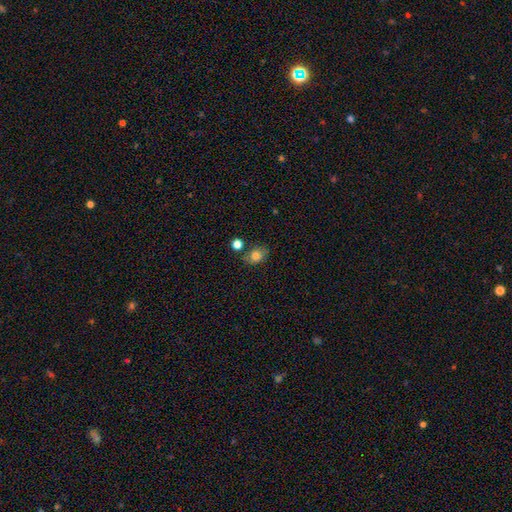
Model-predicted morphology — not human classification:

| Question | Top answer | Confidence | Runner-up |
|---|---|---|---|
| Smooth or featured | smooth | 77% | featured or disk (12%) |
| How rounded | in between | 56% | round (43%) |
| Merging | none | 64% | minor disturbance (20%) |